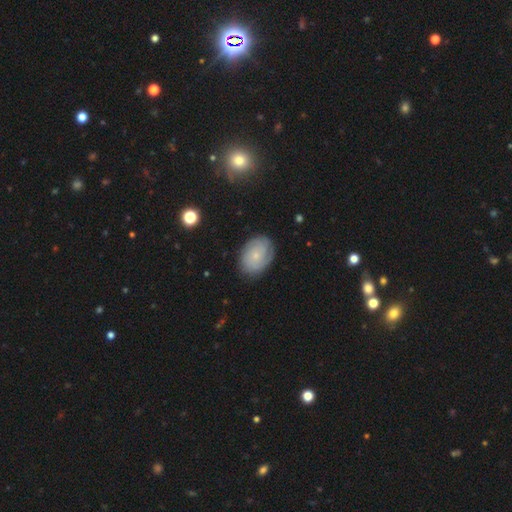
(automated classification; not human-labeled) Smooth or featured: featured or disk — 51% (smooth — 41%)
Edge-on disk: no — 96% (yes — 4%)
Merging: none — 79% (minor disturbance — 15%)